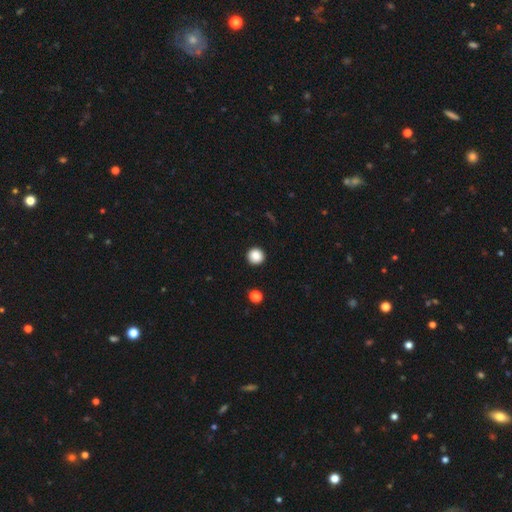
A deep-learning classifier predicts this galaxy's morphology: A smooth galaxy with no disk features (87%) that is round (95%).

Vote fractions:
- Smooth or featured? smooth: 87% / star or artifact: 10% / featured or disk: 3%
- How rounded? round: 95% / in between: 4% / cigar-shaped: 1%
- Merging? none: 93% / minor disturbance: 4% / major disturbance: 2% / merger: 1%